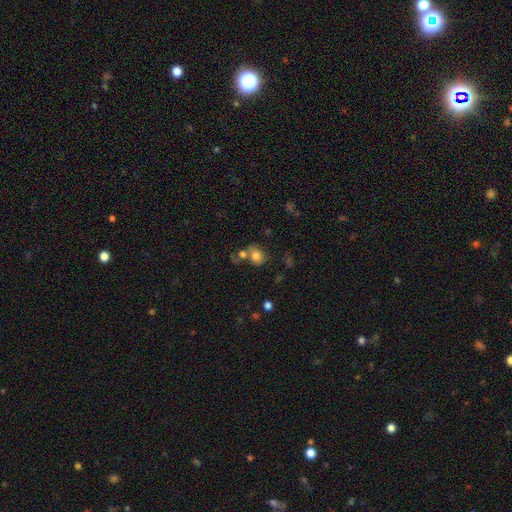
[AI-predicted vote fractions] Smooth or featured? smooth (78%)
How rounded? round (61%)
Merging? none (49%)